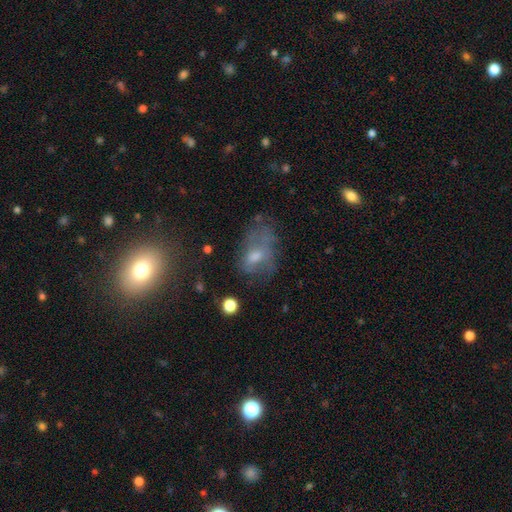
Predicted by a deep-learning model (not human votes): This appears to be a smooth galaxy with no disk features (47%). Merging: none (38%).